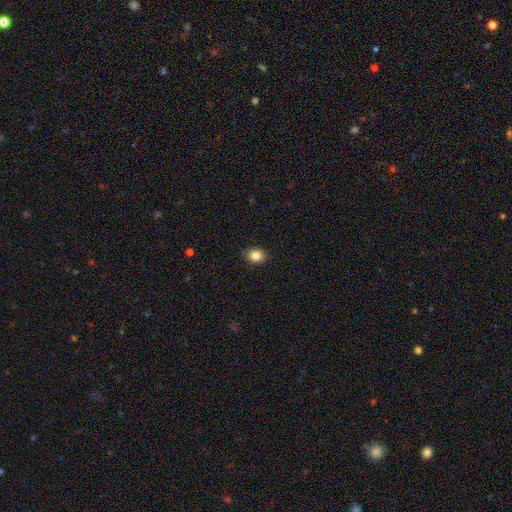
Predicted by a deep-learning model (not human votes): This appears to be a smooth galaxy with no disk features (85%) that is in between round and cigar-shaped (54%). Merging: none (87%).